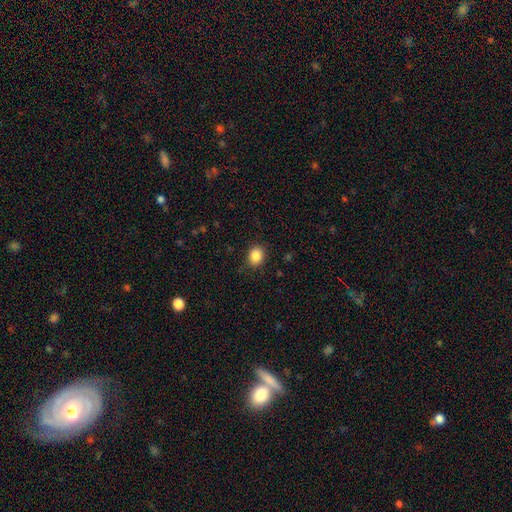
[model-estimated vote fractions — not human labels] Morphology: type=smooth (86%); roundness=round (56%); merging=none (86%).